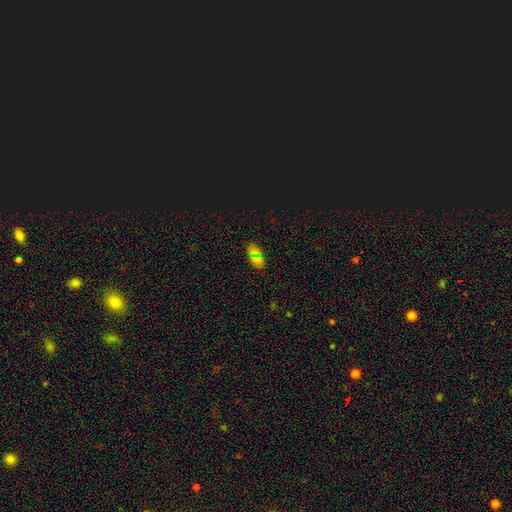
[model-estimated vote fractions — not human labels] smooth_or_featured: smooth (p=0.65) [alt: star or artifact p=0.28]
how_rounded: in between (p=0.91) [alt: round p=0.05]
merging: none (p=0.86) [alt: minor disturbance p=0.09]